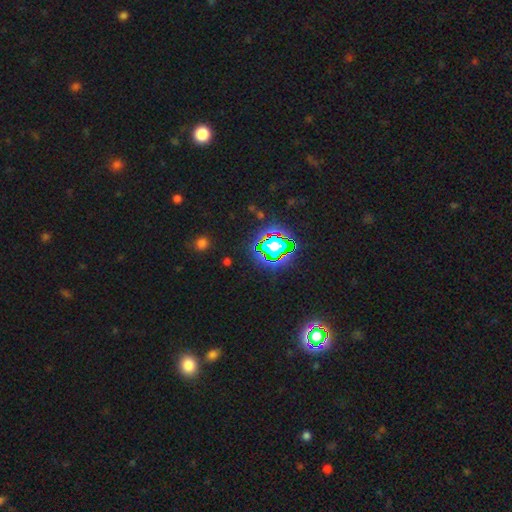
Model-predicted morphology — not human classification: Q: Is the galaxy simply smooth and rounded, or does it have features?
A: star or artifact — 82%.